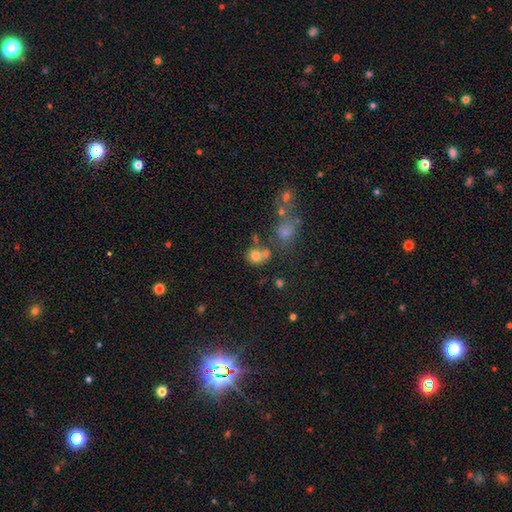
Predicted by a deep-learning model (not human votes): smooth 73%, star or artifact 15%, featured or disk 12%. Down the decision tree: how rounded — round (77%); merging — none (49%).